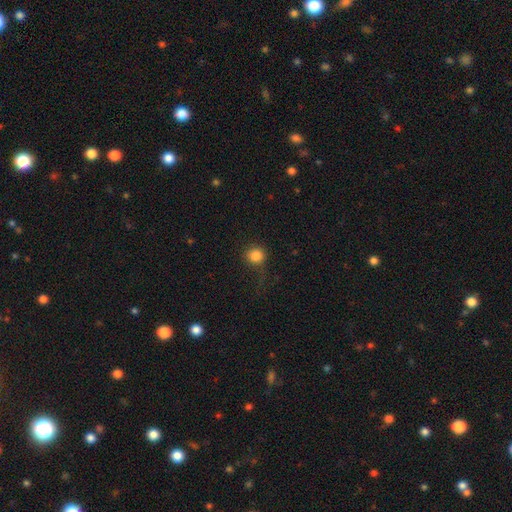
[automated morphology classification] Overall: smooth (84%). How rounded: round (91%). Merging: none (68%).